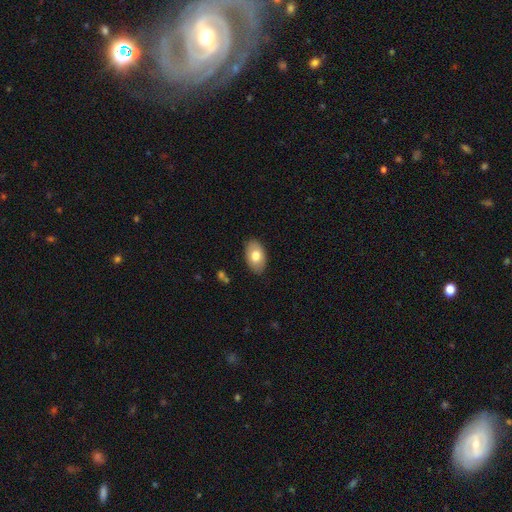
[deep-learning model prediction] The model was most divided on "smooth or featured": smooth: 75%, featured or disk: 19%, star or artifact: 6%. More confident: how rounded — in between (92%); merging — none (85%).